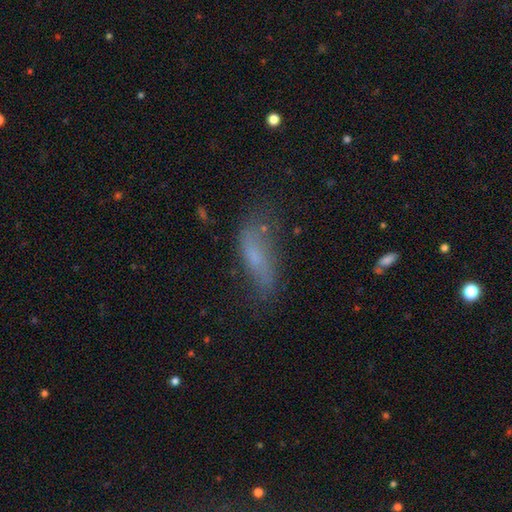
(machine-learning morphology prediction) Smooth or featured: smooth — 55% (featured or disk — 34%)
How rounded: in between — 55% (cigar-shaped — 42%)
Merging: none — 54% (minor disturbance — 27%)